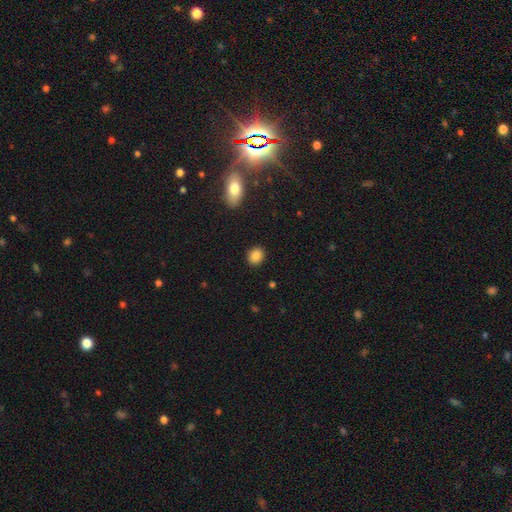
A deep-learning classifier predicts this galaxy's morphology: Smooth or featured?
  - smooth: 86% *
  - star or artifact: 9%
  - featured or disk: 5%
How rounded?
  - round: 66% *
  - in between: 33%
  - cigar-shaped: 1%
Merging?
  - none: 90% *
  - minor disturbance: 6%
  - major disturbance: 2%
  - merger: 1%